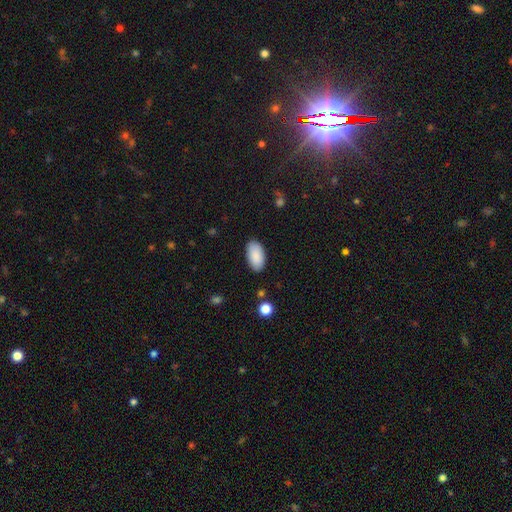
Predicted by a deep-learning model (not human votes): Overall: smooth (89%). How rounded: in between (96%). Merging: none (87%).